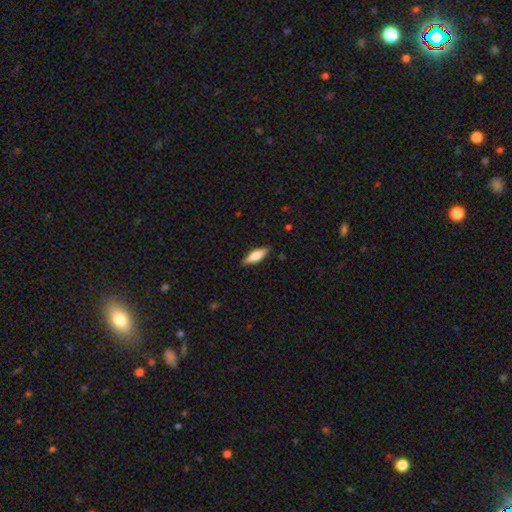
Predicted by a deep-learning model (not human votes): Smooth or featured? Predicted: smooth (p=0.60). How rounded? Predicted: cigar-shaped (p=0.51). Merging? Predicted: none (p=0.88).